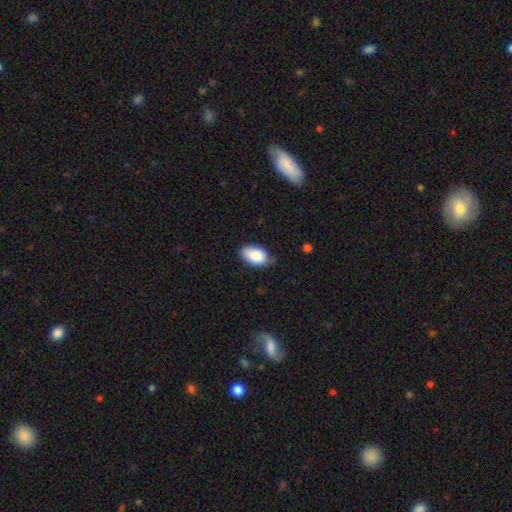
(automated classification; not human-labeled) This is clearly a smooth galaxy (87%). How rounded: clearly in between (94%). Merging: likely none (67%).